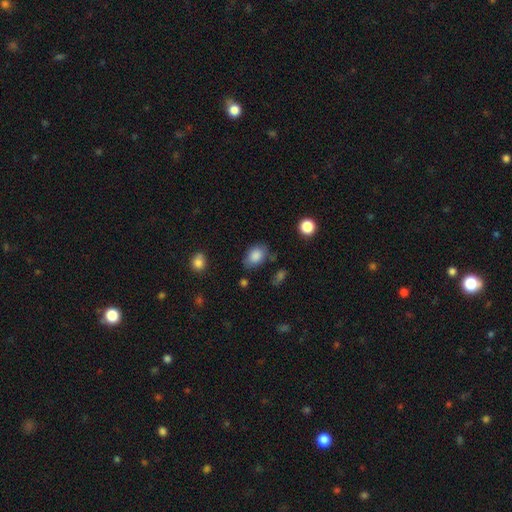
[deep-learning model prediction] A smooth galaxy with no disk features (85%) that is in between round and cigar-shaped (78%).

Vote fractions:
- Smooth or featured? smooth: 85% / star or artifact: 8% / featured or disk: 7%
- How rounded? in between: 78% / round: 21% / cigar-shaped: 1%
- Merging? none: 68% / minor disturbance: 22% / major disturbance: 6% / merger: 4%